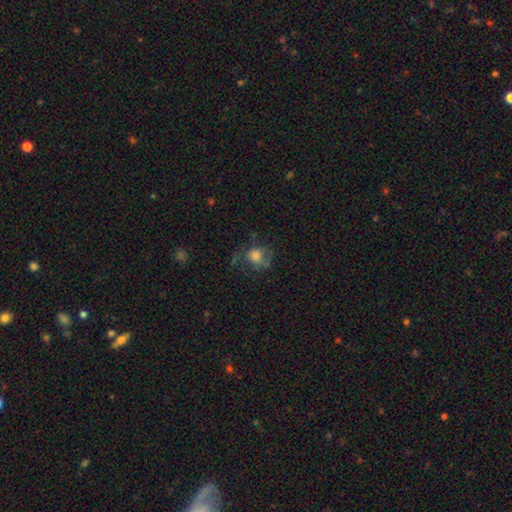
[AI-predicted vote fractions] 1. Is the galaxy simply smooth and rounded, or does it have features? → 61% smooth, 26% featured or disk, 13% star or artifact.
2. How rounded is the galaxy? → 73% round, 26% in between, 1% cigar-shaped.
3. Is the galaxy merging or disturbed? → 49% none, 25% major disturbance, 24% minor disturbance, 3% merger.